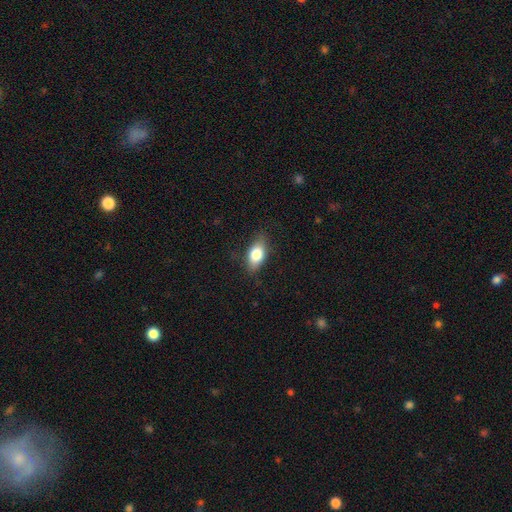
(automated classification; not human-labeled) Q: Smooth or featured?
A: smooth (71%); runner-up: featured or disk (21%)
Q: How rounded?
A: in between (83%); runner-up: cigar-shaped (10%)
Q: Merging?
A: none (82%); runner-up: minor disturbance (14%)